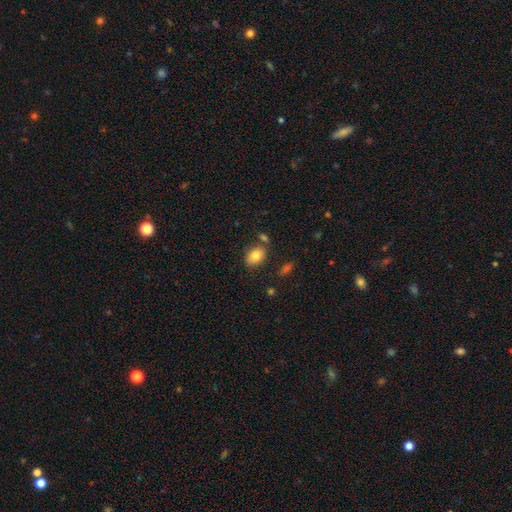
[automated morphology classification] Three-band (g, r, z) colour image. It shows a smooth galaxy with no disk features (83%) that is in between round and cigar-shaped (84%). Merging: none (73%).